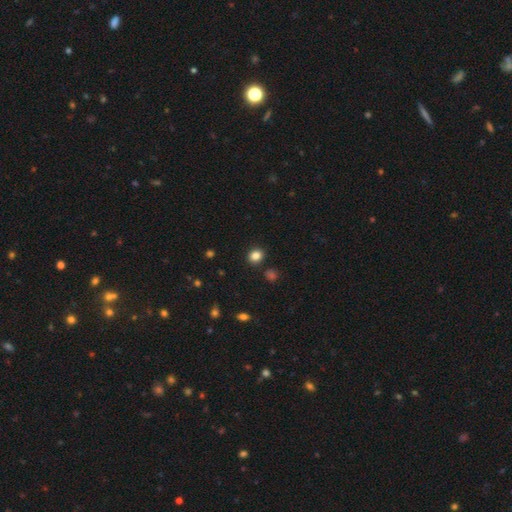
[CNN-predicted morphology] This is clearly a smooth galaxy (84%). How rounded: likely round (67%). Merging: clearly none (87%).